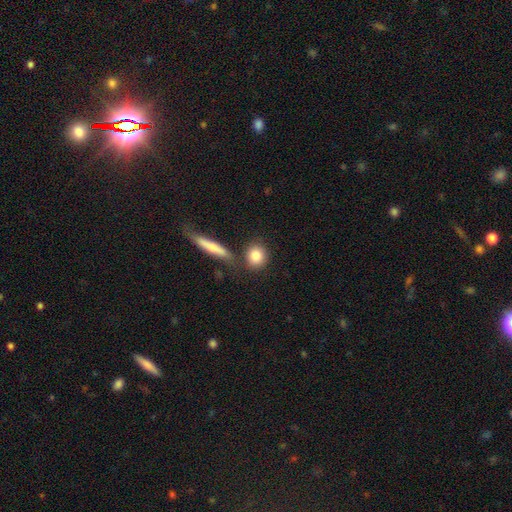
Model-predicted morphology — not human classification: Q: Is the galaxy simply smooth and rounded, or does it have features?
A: smooth — 84%.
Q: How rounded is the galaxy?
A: round — 74%.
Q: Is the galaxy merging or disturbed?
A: none — 76%.